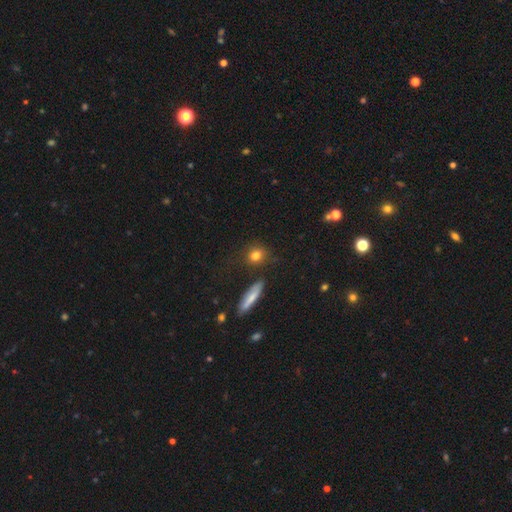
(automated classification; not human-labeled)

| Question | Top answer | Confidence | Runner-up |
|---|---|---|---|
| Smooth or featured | smooth | 81% | star or artifact (10%) |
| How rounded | round | 73% | in between (20%) |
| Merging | none | 82% | minor disturbance (11%) |